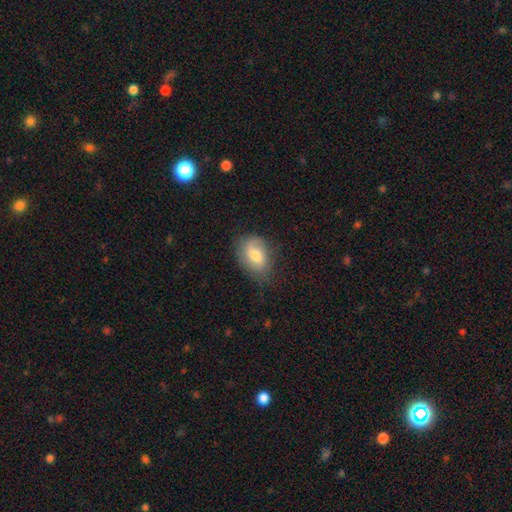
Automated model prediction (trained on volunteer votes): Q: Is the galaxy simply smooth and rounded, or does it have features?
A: smooth — 57%.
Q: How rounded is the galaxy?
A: in between — 79%.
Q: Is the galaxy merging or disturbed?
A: none — 63%.